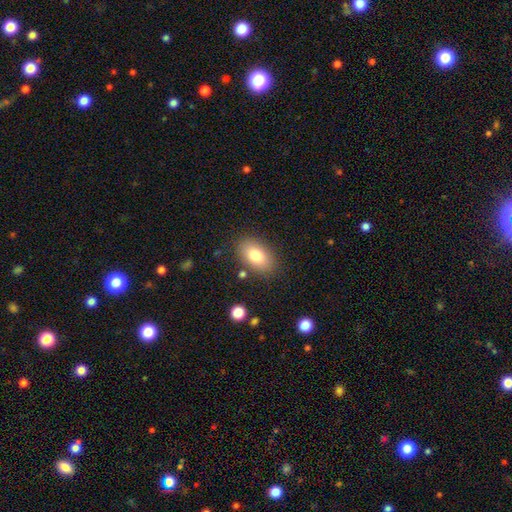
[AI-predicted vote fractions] Smooth or featured?
  - smooth: 82% *
  - featured or disk: 11%
  - star or artifact: 7%
How rounded?
  - in between: 93% *
  - round: 5%
  - cigar-shaped: 2%
Merging?
  - none: 83% *
  - minor disturbance: 11%
  - major disturbance: 3%
  - merger: 3%